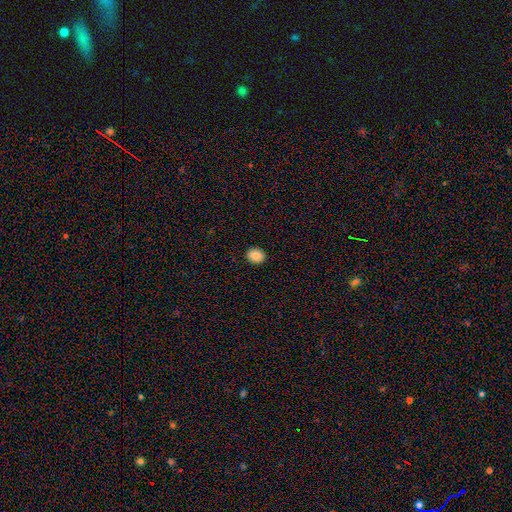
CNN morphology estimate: This is clearly a smooth galaxy (86%). How rounded: likely round (66%). Merging: clearly none (91%).